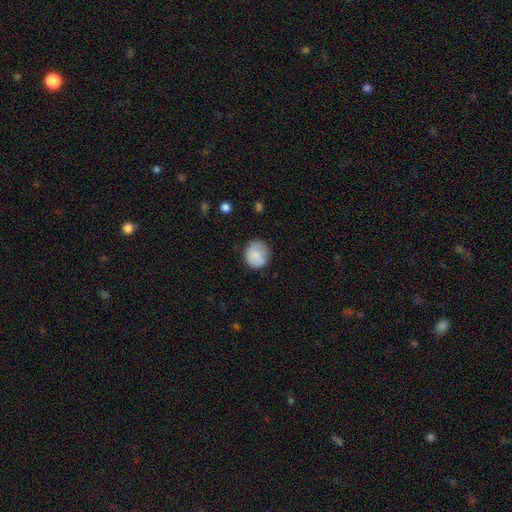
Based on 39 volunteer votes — This appears to be a smooth galaxy with no disk features (79%) that is round (94%). Merging: none (80%).